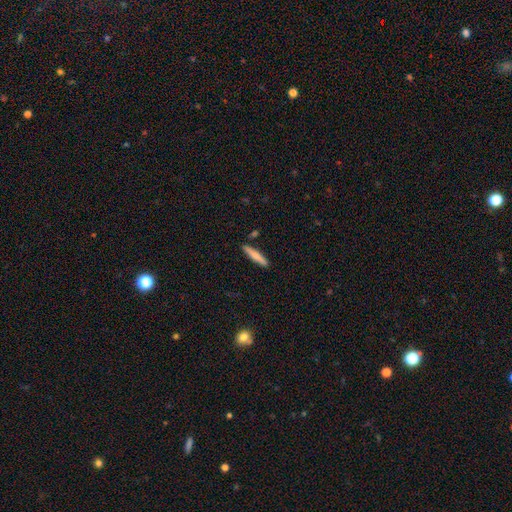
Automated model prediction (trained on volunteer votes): smooth_or_featured: smooth (p=0.74) [alt: featured or disk p=0.21]
how_rounded: cigar-shaped (p=0.90) [alt: in between p=0.08]
merging: none (p=0.88) [alt: minor disturbance p=0.08]